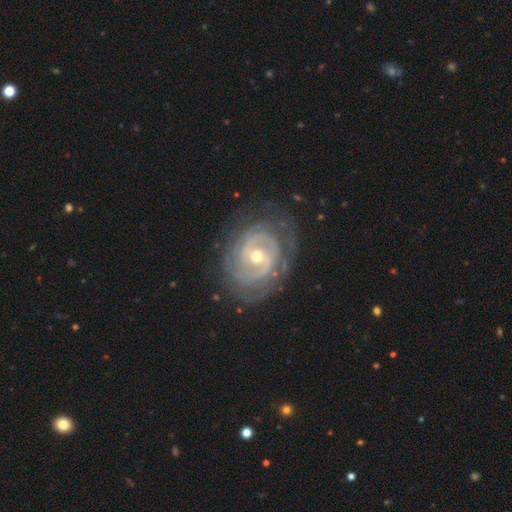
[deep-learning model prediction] smooth_or_featured: featured or disk (p=0.86) [alt: smooth p=0.08]
disk_edge_on: no (p=0.97) [alt: yes p=0.03]
bar: no (p=0.45) [alt: weak p=0.38]
has_spiral_arms: yes (p=0.92) [alt: no p=0.08]
spiral_winding: tight (p=0.70) [alt: medium p=0.24]
spiral_arm_count: 2 (p=0.48) [alt: can't tell p=0.27]
bulge_size: moderate (p=0.52) [alt: small p=0.44]
merging: none (p=0.76) [alt: minor disturbance p=0.15]